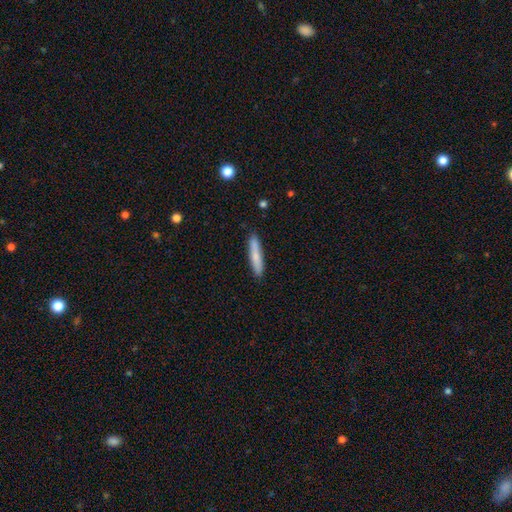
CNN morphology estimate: This is likely a smooth galaxy (76%). How rounded: clearly cigar-shaped (90%). Merging: clearly none (89%).